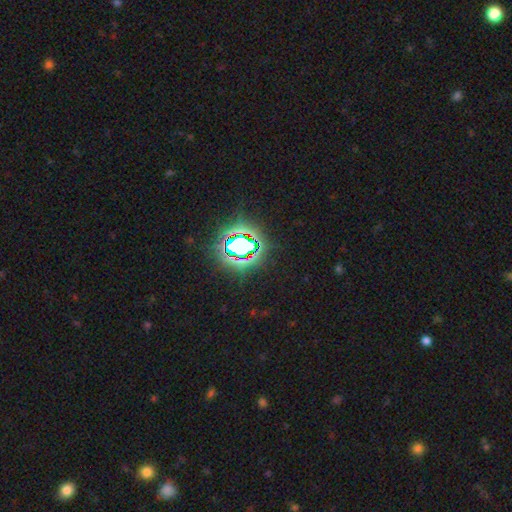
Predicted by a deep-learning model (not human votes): Smooth or featured? Predicted: star or artifact (p=0.82).